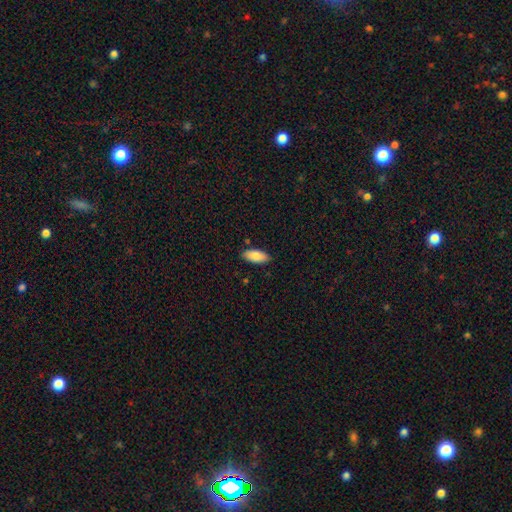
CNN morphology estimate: The model was most divided on "merging": none: 86%, minor disturbance: 10%, major disturbance: 2%, merger: 2%. More confident: how rounded — in between (87%); smooth or featured — smooth (86%).